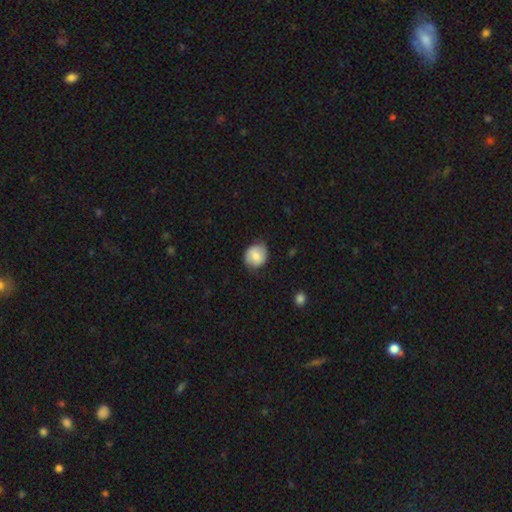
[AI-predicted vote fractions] Smooth or featured: smooth — 76% (featured or disk — 17%)
How rounded: round — 74% (in between — 25%)
Merging: none — 74% (minor disturbance — 21%)